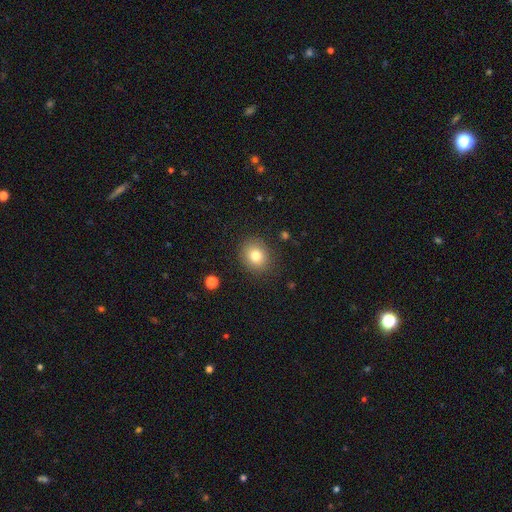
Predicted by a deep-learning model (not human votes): A smooth galaxy with no disk features (78%) that is round (75%).

Vote fractions:
- Smooth or featured? smooth: 78% / star or artifact: 11% / featured or disk: 10%
- How rounded? round: 75% / in between: 24% / cigar-shaped: 1%
- Merging? none: 87% / minor disturbance: 9% / major disturbance: 3% / merger: 1%